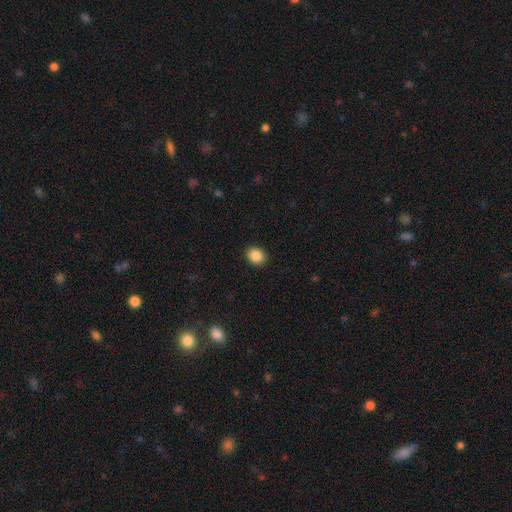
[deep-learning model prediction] Overall: smooth (87%). How rounded: round (57%; in between 42%). Merging: none (91%).